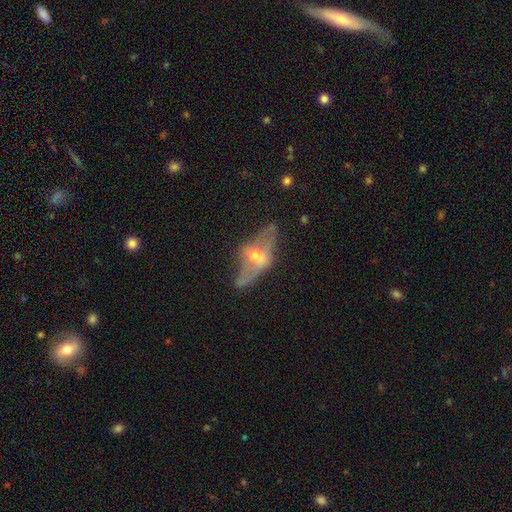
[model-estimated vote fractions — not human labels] A featured or disk galaxy (66%).

Vote fractions:
- Smooth or featured? featured or disk: 66% / smooth: 26% / star or artifact: 9%
- Edge-on disk? no: 60% / yes: 40%
- Merging? none: 46% / major disturbance: 25% / minor disturbance: 24% / merger: 5%